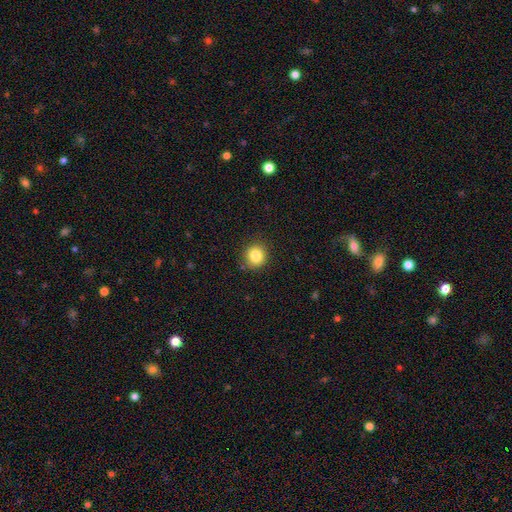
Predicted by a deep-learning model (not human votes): Smooth or featured? Predicted: smooth (p=0.85). How rounded? Predicted: round (p=0.81). Merging? Predicted: none (p=0.85).